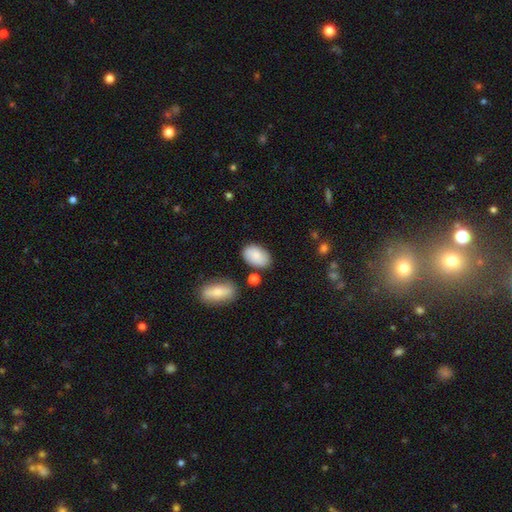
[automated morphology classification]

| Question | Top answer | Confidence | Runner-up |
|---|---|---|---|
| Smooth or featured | smooth | 83% | featured or disk (10%) |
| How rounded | in between | 90% | round (9%) |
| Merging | none | 74% | minor disturbance (16%) |